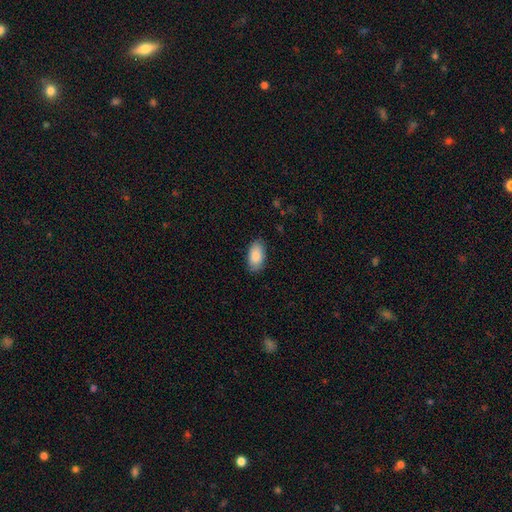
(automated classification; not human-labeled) smooth-or-featured: smooth: 88% | featured or disk: 6% | star or artifact: 6%
  how-rounded: in between: 95% | round: 3% | cigar-shaped: 2%
  merging: none: 85% | minor disturbance: 11% | major disturbance: 2% | merger: 1%